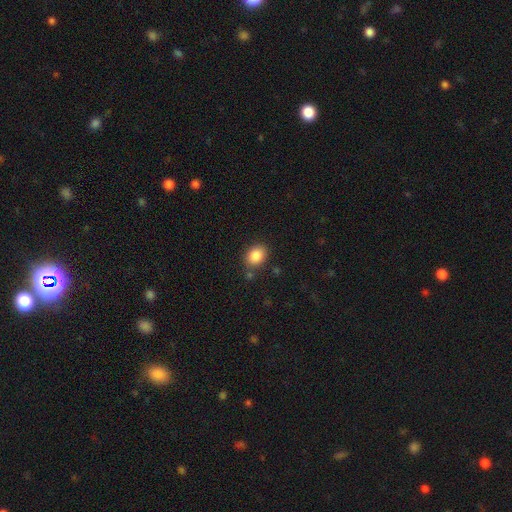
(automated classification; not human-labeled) Q: Smooth or featured?
A: smooth (87%); runner-up: star or artifact (9%)
Q: How rounded?
A: in between (60%); runner-up: round (39%)
Q: Merging?
A: none (79%); runner-up: minor disturbance (12%)